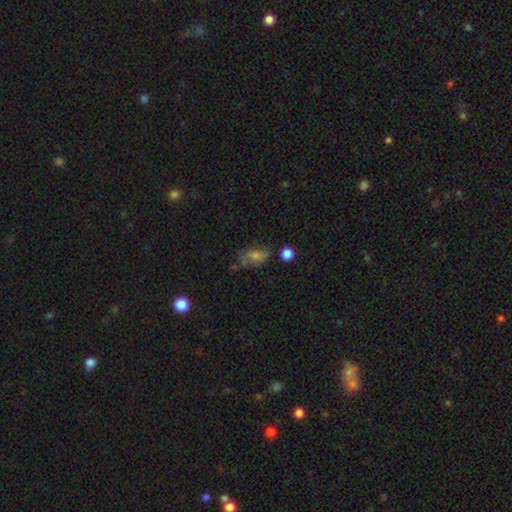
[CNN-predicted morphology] A smooth galaxy with no disk features (58%) that is in between round and cigar-shaped (81%). Merging: none (49%).